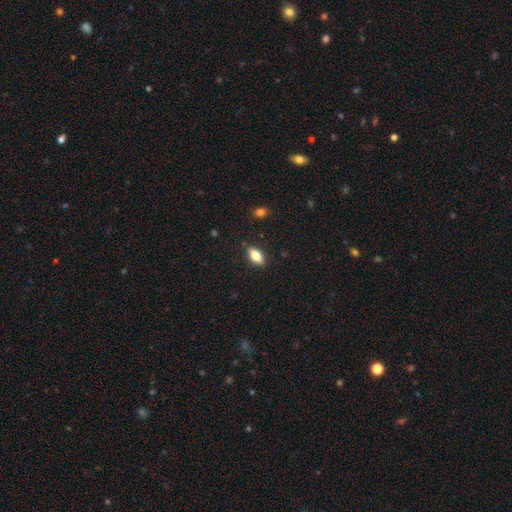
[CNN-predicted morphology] Smooth or featured? Predicted: smooth (p=0.72). How rounded? Predicted: in between (p=0.83). Merging? Predicted: none (p=0.85).